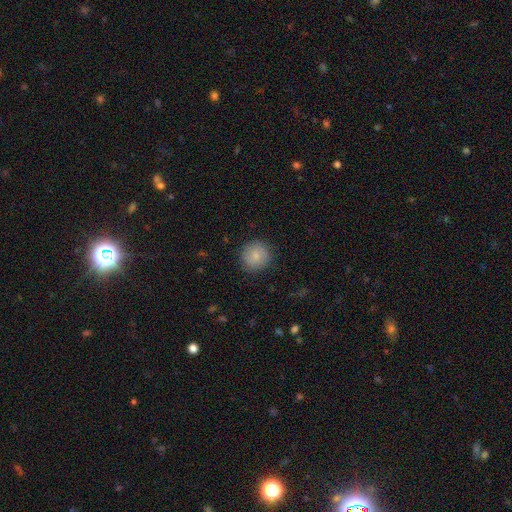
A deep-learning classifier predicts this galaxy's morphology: This is clearly a smooth galaxy (82%). How rounded: clearly round (93%). Merging: clearly none (88%).